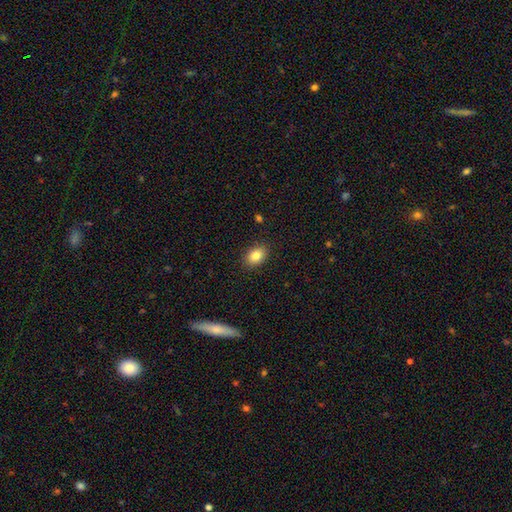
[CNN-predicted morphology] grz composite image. It shows a smooth galaxy with no disk features (84%) that is in between round and cigar-shaped (79%). Merging: none (88%).